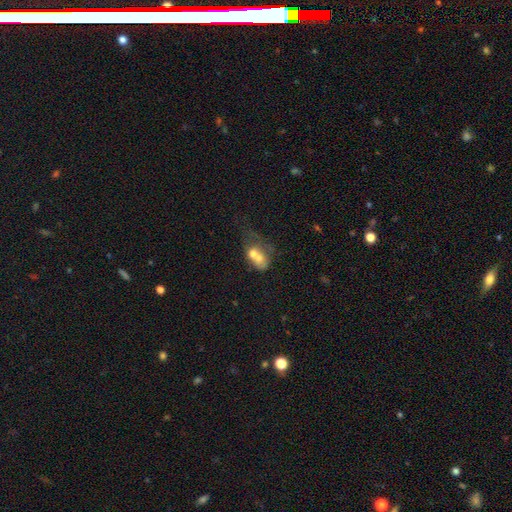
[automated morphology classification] smooth-or-featured: smooth: 57% | featured or disk: 34% | star or artifact: 10%
  how-rounded: in between: 65% | round: 33% | cigar-shaped: 2%
  merging: merger: 66% | none: 14% | major disturbance: 12% | minor disturbance: 8%